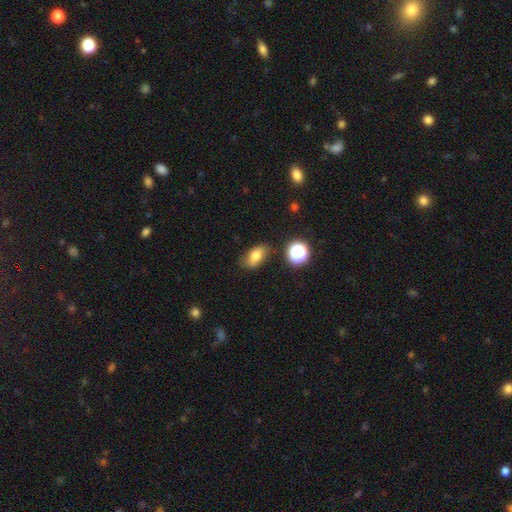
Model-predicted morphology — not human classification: This appears to be a smooth galaxy with no disk features (75%) that is in between round and cigar-shaped (84%). Merging: none (78%).